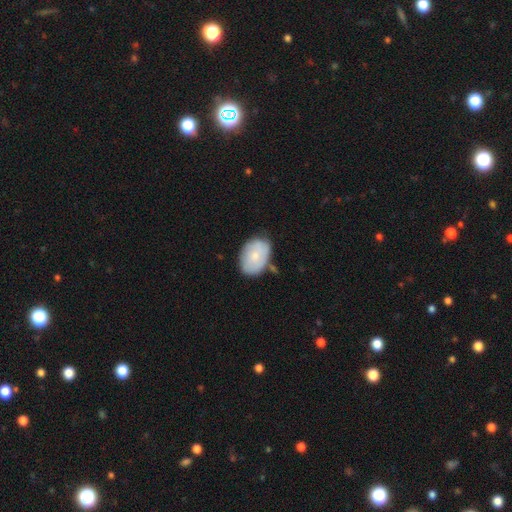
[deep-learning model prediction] smooth_or_featured: smooth (p=0.70) [alt: featured or disk p=0.23]
how_rounded: in between (p=0.83) [alt: round p=0.16]
merging: none (p=0.66) [alt: minor disturbance p=0.23]